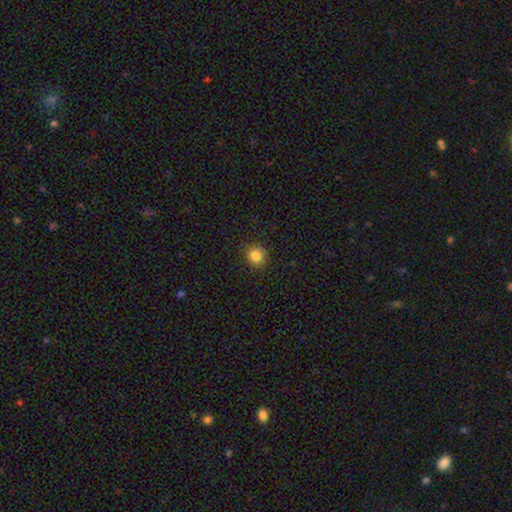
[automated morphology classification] Overall: smooth (84%). How rounded: round (88%). Merging: none (89%).